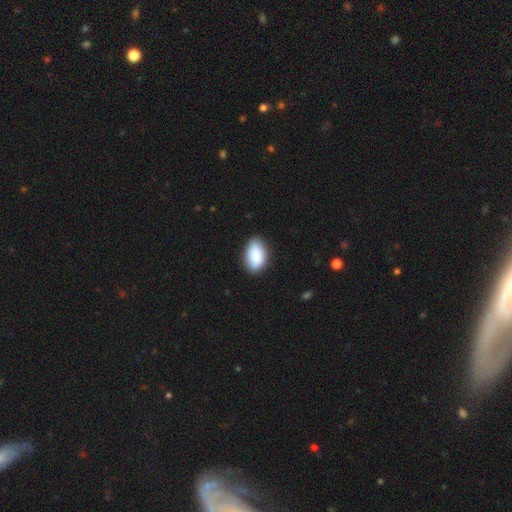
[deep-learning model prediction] Q: Smooth or featured?
A: smooth (89%); runner-up: star or artifact (6%)
Q: How rounded?
A: in between (91%); runner-up: round (7%)
Q: Merging?
A: none (83%); runner-up: minor disturbance (14%)